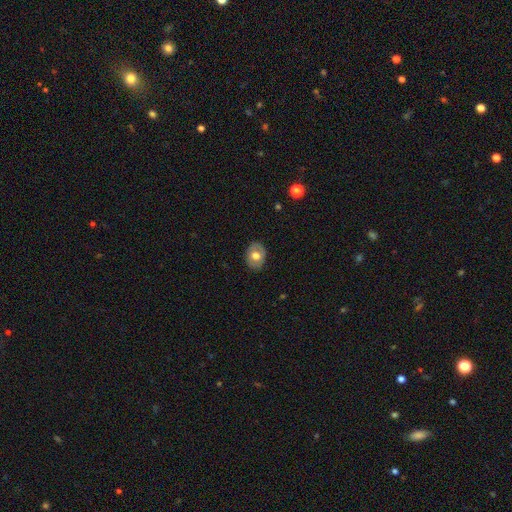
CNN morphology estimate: This appears to be a smooth galaxy with no disk features (55%) that is in between round and cigar-shaped (63%). Merging: none (83%).